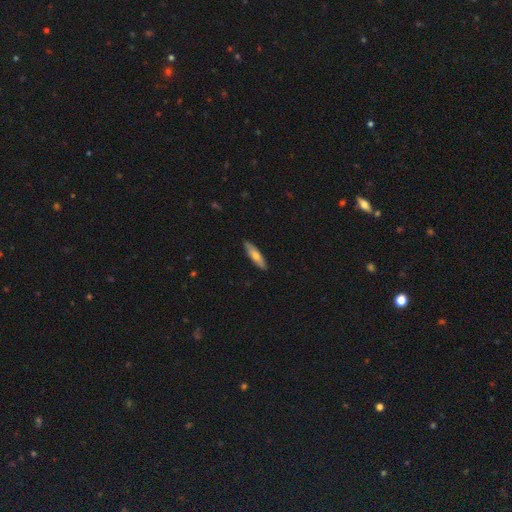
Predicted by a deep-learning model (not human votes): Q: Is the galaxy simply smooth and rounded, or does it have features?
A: smooth — 61%.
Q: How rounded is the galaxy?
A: cigar-shaped — 72%.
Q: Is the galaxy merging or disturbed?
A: none — 89%.